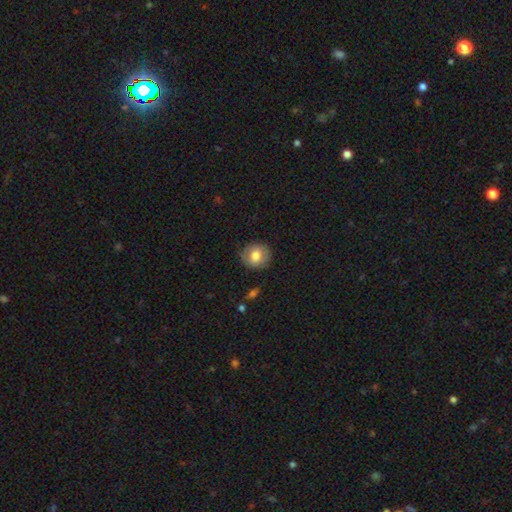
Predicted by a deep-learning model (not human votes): smooth 73%, featured or disk 19%, star or artifact 8%. Down the decision tree: how rounded — round (85%); merging — none (85%).